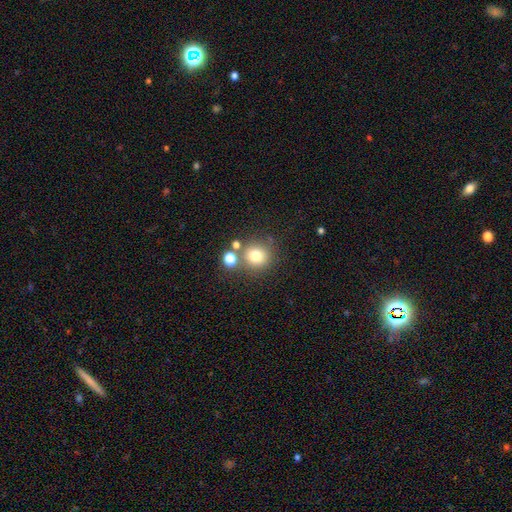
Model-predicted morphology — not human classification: The model was most divided on "merging": none: 70%, merger: 16%, minor disturbance: 10%, major disturbance: 4%. More confident: how rounded — round (90%); smooth or featured — smooth (76%).